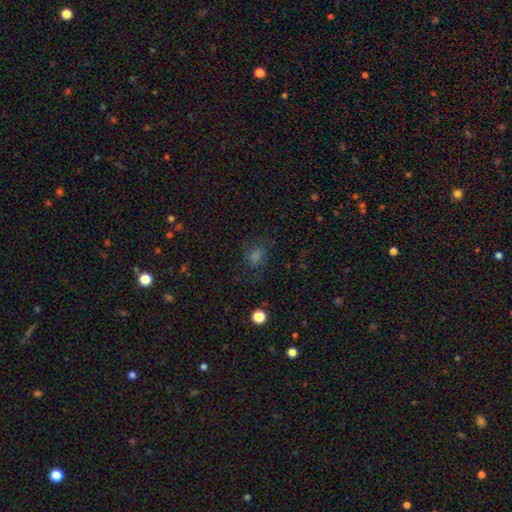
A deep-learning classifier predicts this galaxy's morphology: Smooth or featured: smooth — 55% (star or artifact — 32%)
How rounded: in between — 53% (round — 44%)
Merging: none — 73% (minor disturbance — 16%)